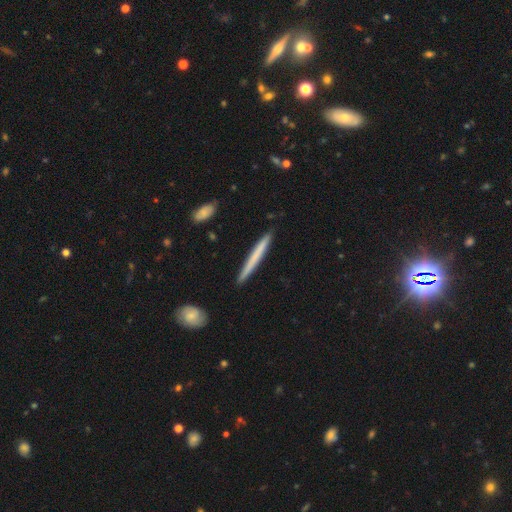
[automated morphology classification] A smooth galaxy with no disk features (59%) that is cigar-shaped (97%).

Vote fractions:
- Smooth or featured? smooth: 59% / featured or disk: 36% / star or artifact: 6%
- How rounded? cigar-shaped: 97% / in between: 2% / round: 1%
- Merging? none: 90% / minor disturbance: 7% / merger: 1% / major disturbance: 1%